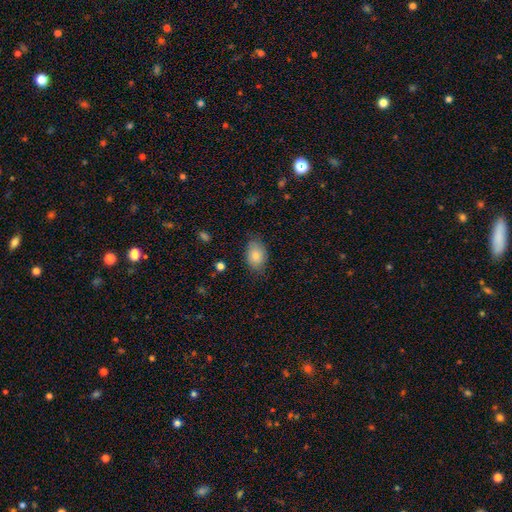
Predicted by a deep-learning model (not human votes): Smooth or featured: smooth — 83% (featured or disk — 10%)
How rounded: in between — 85% (round — 14%)
Merging: none — 77% (minor disturbance — 19%)